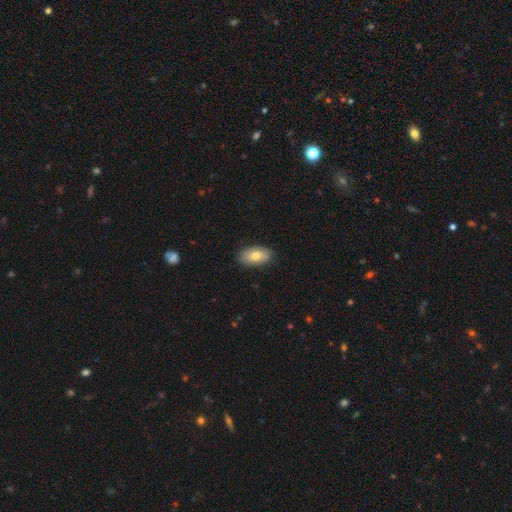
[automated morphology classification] The model was most divided on "smooth or featured": smooth: 74%, featured or disk: 19%, star or artifact: 6%. More confident: how rounded — in between (93%); merging — none (86%).